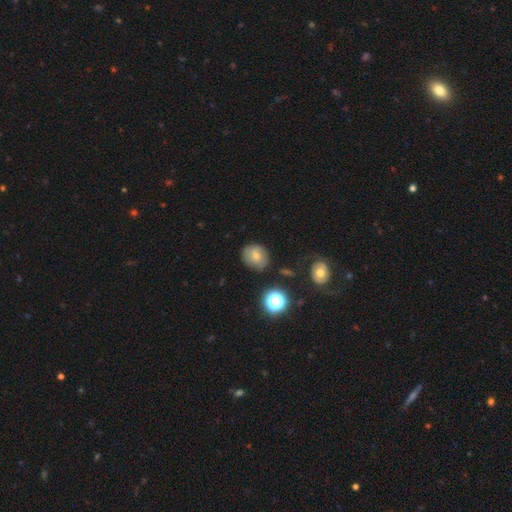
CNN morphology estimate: smooth_or_featured: smooth (p=0.68) [alt: featured or disk p=0.19]
how_rounded: round (p=0.68) [alt: in between p=0.31]
merging: none (p=0.75) [alt: minor disturbance p=0.17]